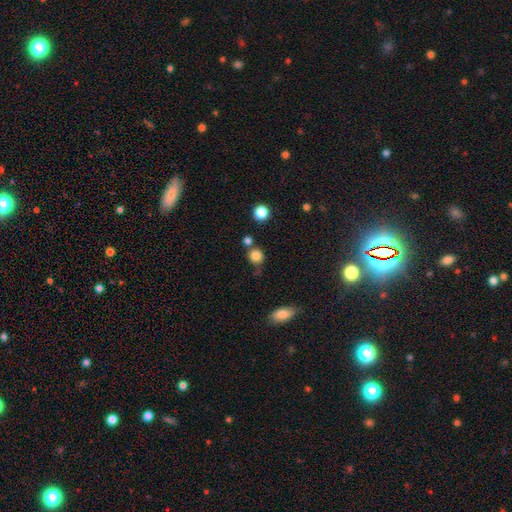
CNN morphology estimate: smooth-or-featured: smooth: 83% | star or artifact: 12% | featured or disk: 5%
  how-rounded: round: 87% | in between: 12% | cigar-shaped: 1%
  merging: none: 71% | merger: 14% | minor disturbance: 12% | major disturbance: 3%